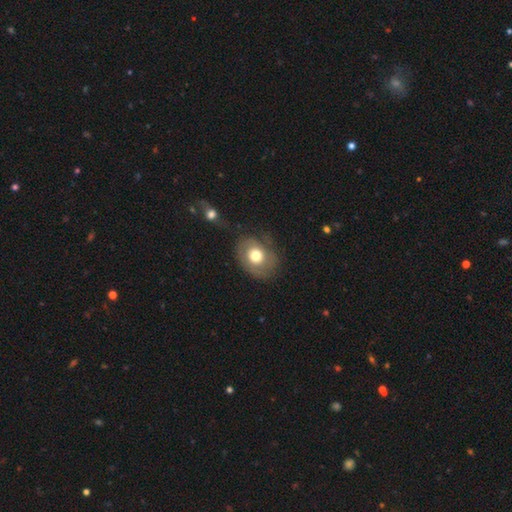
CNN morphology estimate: The model was most divided on "how rounded": in between: 56%, round: 43%, cigar-shaped: 1%. More confident: merging — none (63%); smooth or featured — smooth (56%).